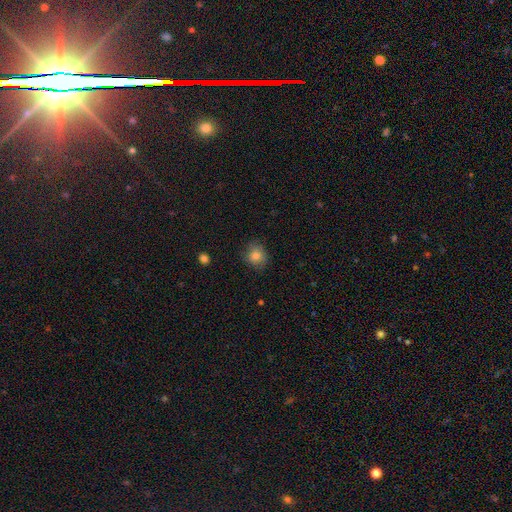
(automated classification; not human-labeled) Smooth or featured?
  - smooth: 83% *
  - star or artifact: 10%
  - featured or disk: 7%
How rounded?
  - round: 73% *
  - in between: 26%
  - cigar-shaped: 1%
Merging?
  - none: 80% *
  - minor disturbance: 16%
  - major disturbance: 3%
  - merger: 1%